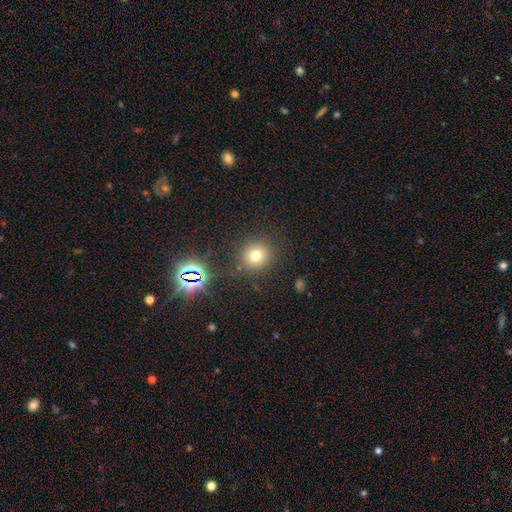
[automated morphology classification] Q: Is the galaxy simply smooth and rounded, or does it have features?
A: smooth — 69%.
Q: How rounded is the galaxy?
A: round — 90%.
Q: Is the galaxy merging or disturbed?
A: none — 84%.